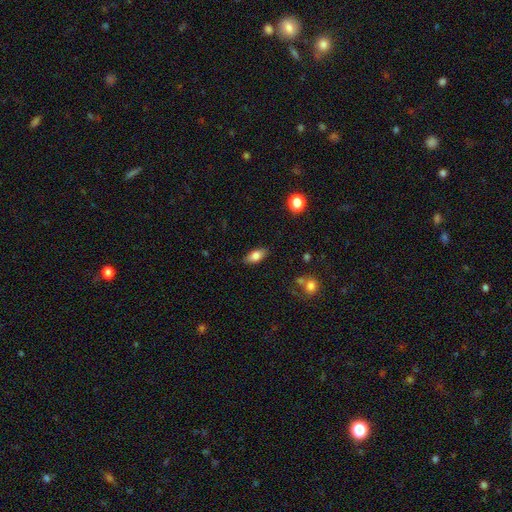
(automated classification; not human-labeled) Q: Smooth or featured?
A: smooth (78%); runner-up: featured or disk (14%)
Q: How rounded?
A: in between (86%); runner-up: cigar-shaped (10%)
Q: Merging?
A: none (84%); runner-up: minor disturbance (12%)